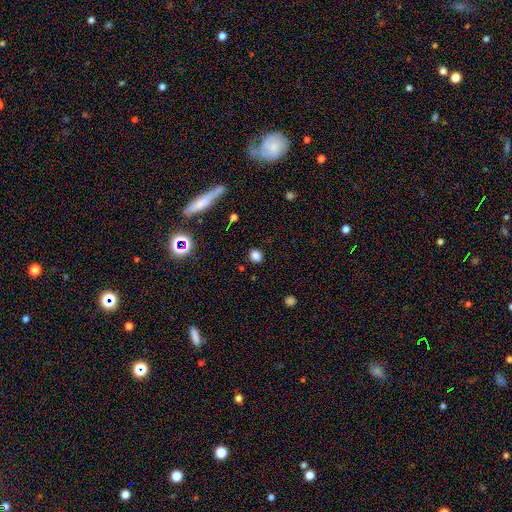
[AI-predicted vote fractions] Overall: smooth (81%). How rounded: round (70%). Merging: none (88%).